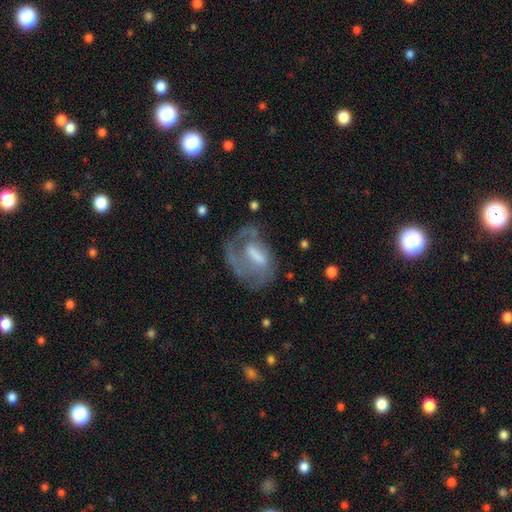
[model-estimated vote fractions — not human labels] Overall: featured or disk (58%; smooth 32%). Edge-on disk: no (94%). Bar: weak (39%; no 37%). Spiral arms: yes (51%; no 49%). Bulge size: moderate (33%; none 29%). Merging: none (40%; major disturbance 34%).